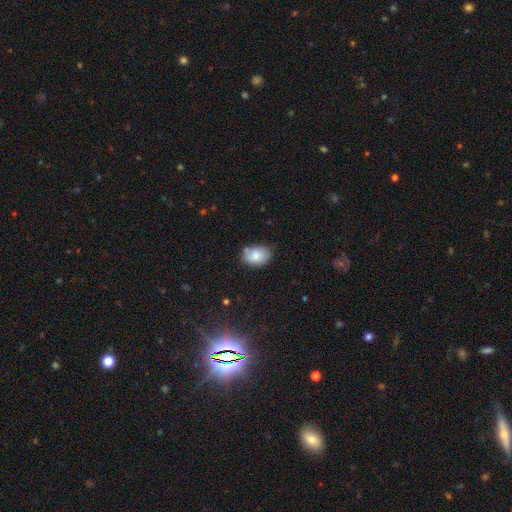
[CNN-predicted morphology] smooth 82%, featured or disk 10%, star or artifact 8%. Down the decision tree: how rounded — in between (81%); merging — none (69%).